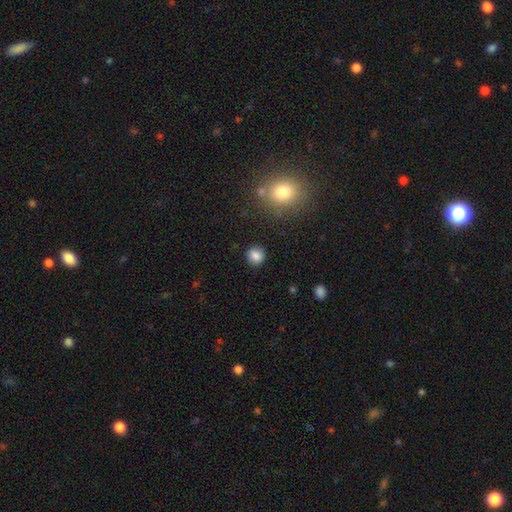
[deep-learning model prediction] smooth 83%, star or artifact 10%, featured or disk 6%. Down the decision tree: how rounded — round (80%); merging — none (85%).